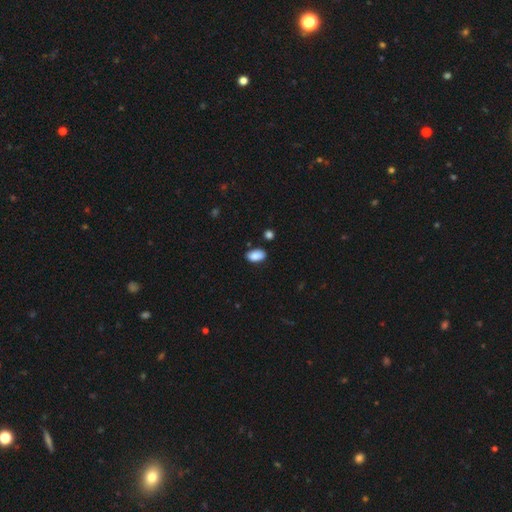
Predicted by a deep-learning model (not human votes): Smooth or featured? smooth (88%)
How rounded? in between (93%)
Merging? none (82%)